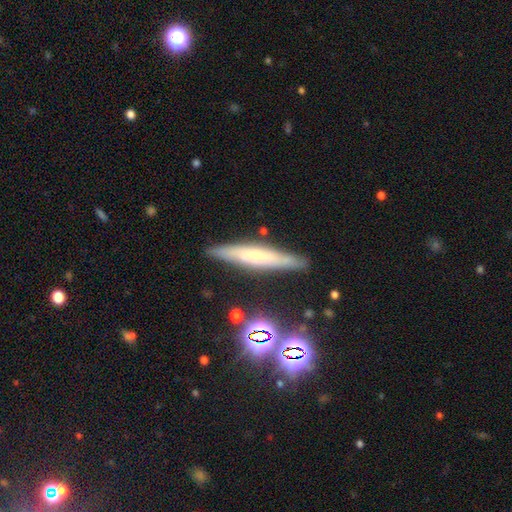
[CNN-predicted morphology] Q: Smooth or featured?
A: smooth (46%); runner-up: featured or disk (45%)
Q: Merging?
A: none (86%); runner-up: minor disturbance (10%)